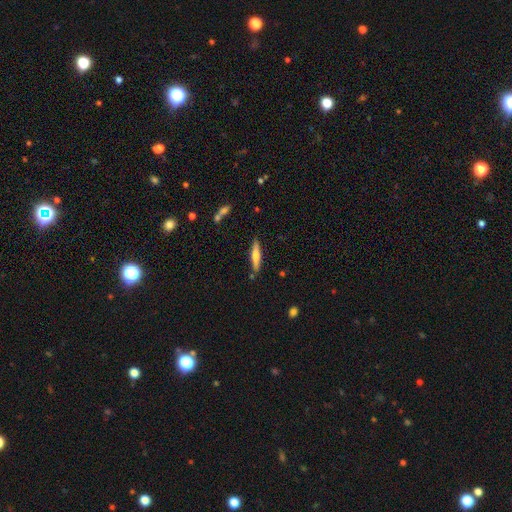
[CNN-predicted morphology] Smooth or featured? smooth (57%)
How rounded? cigar-shaped (87%)
Merging? none (84%)